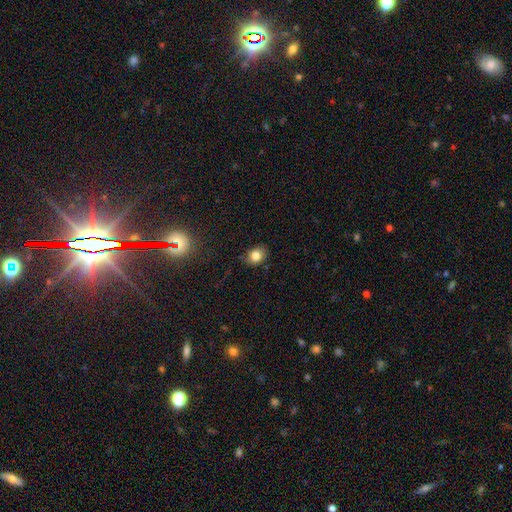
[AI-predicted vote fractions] Morphology: type=smooth (81%); roundness=in between (51%); merging=none (82%).